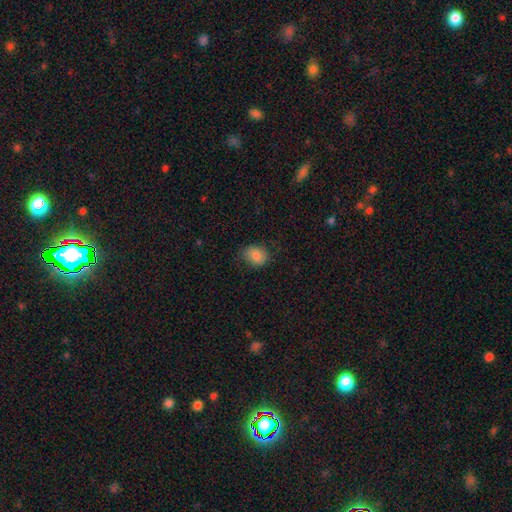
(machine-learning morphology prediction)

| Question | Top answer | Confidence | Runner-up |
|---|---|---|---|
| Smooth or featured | smooth | 84% | star or artifact (9%) |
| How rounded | in between | 54% | round (45%) |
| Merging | none | 72% | minor disturbance (22%) |